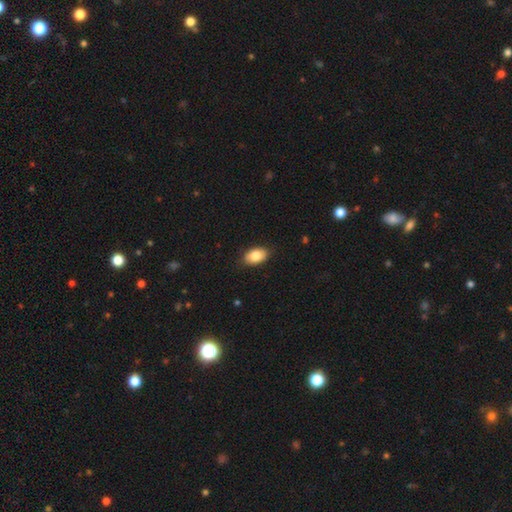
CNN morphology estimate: Smooth or featured?
  - smooth: 85% *
  - featured or disk: 8%
  - star or artifact: 7%
How rounded?
  - in between: 91% *
  - round: 7%
  - cigar-shaped: 1%
Merging?
  - none: 87% *
  - minor disturbance: 10%
  - major disturbance: 2%
  - merger: 1%